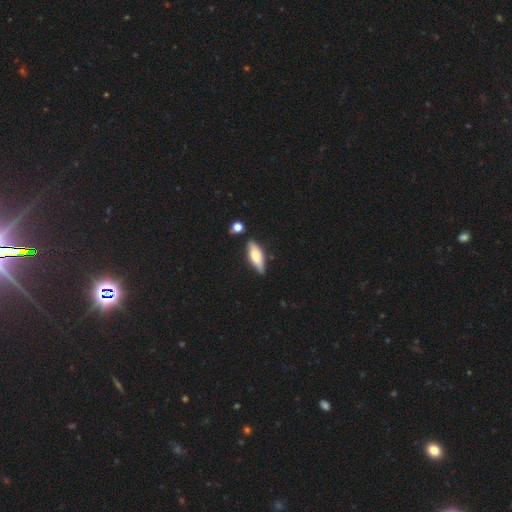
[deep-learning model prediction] Overall: smooth (59%; featured or disk 35%). How rounded: in between (61%; cigar-shaped 36%). Merging: none (79%).